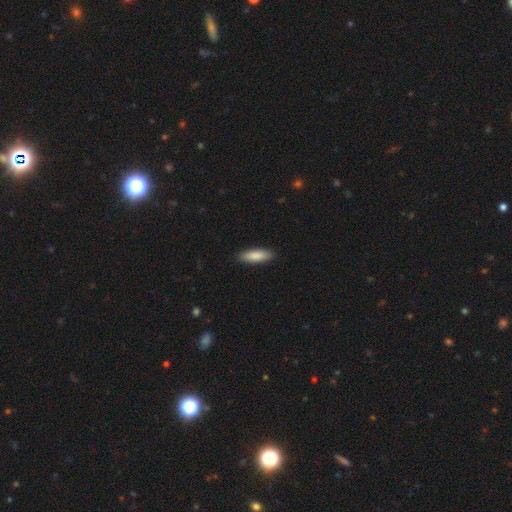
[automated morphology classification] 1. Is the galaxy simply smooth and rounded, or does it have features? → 87% smooth, 7% featured or disk, 5% star or artifact.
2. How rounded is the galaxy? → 50% in between, 49% cigar-shaped, 2% round.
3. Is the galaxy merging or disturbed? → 89% none, 8% minor disturbance, 2% major disturbance, 1% merger.